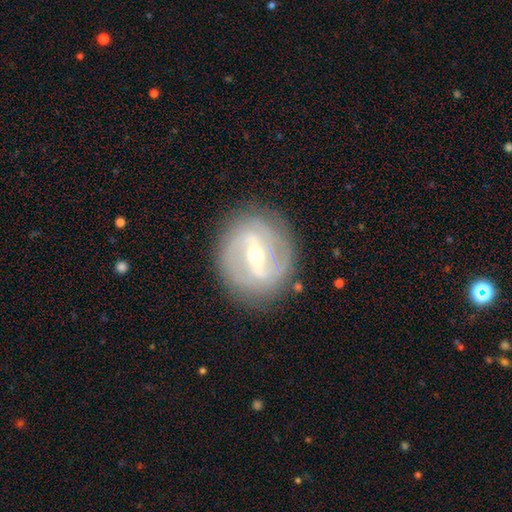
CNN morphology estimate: Overall: featured or disk (83%). Edge-on disk: no (94%). Bar: strong (60%; weak 30%). Spiral arms: yes (79%). Spiral arm count: 2 (61%; can't tell 21%). Spiral winding: tight (46%; medium 36%). Bulge size: small (49%; moderate 47%). Merging: none (83%).